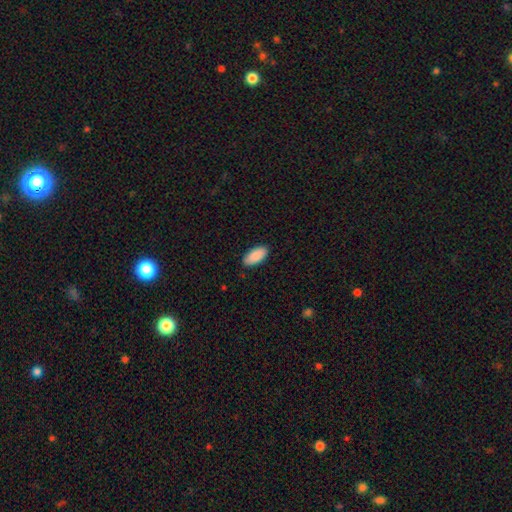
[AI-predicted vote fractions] Smooth or featured? smooth (91%)
How rounded? in between (93%)
Merging? none (89%)